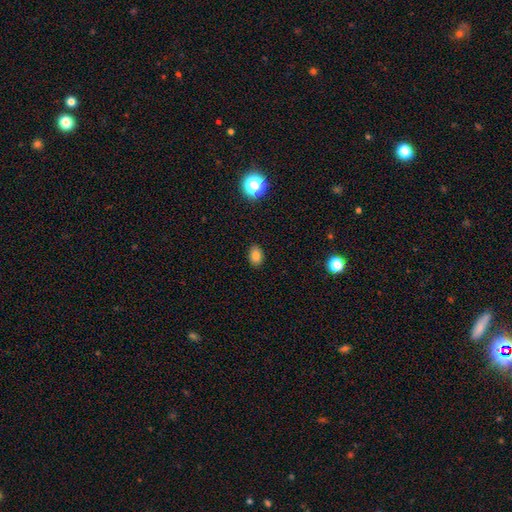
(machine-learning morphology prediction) smooth 81%, star or artifact 12%, featured or disk 7%. Down the decision tree: how rounded — in between (76%); merging — none (88%).